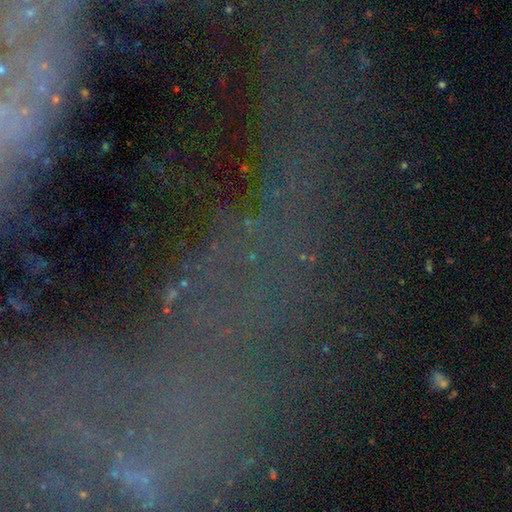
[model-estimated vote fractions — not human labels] The model was most divided on "smooth or featured": star or artifact: 59%, featured or disk: 25%, smooth: 17%.